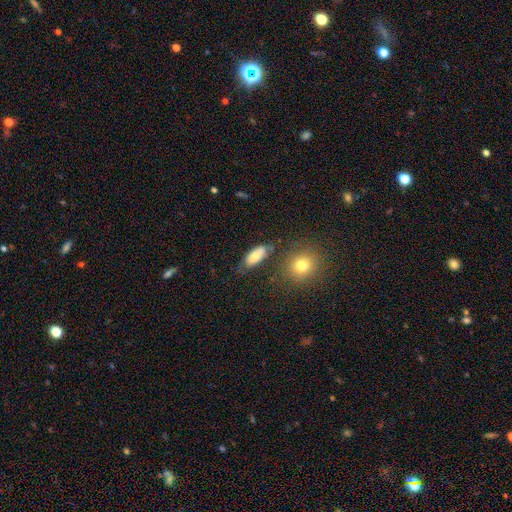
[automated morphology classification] smooth-or-featured: smooth: 77% | featured or disk: 14% | star or artifact: 9%
  how-rounded: in between: 82% | cigar-shaped: 13% | round: 5%
  merging: none: 69% | minor disturbance: 20% | merger: 6% | major disturbance: 6%